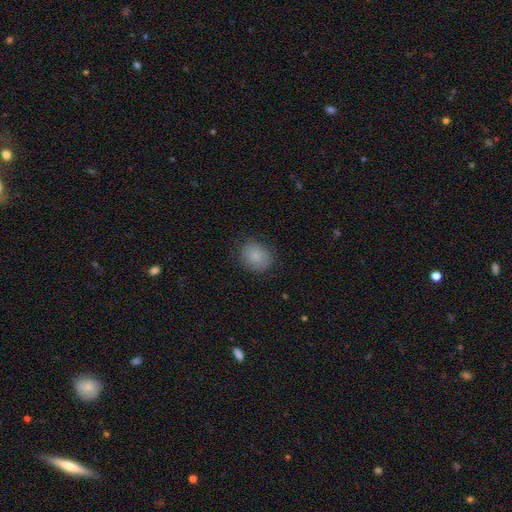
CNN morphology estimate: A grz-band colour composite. It shows a smooth galaxy with no disk features (86%) that is round (61%). Merging: none (81%).